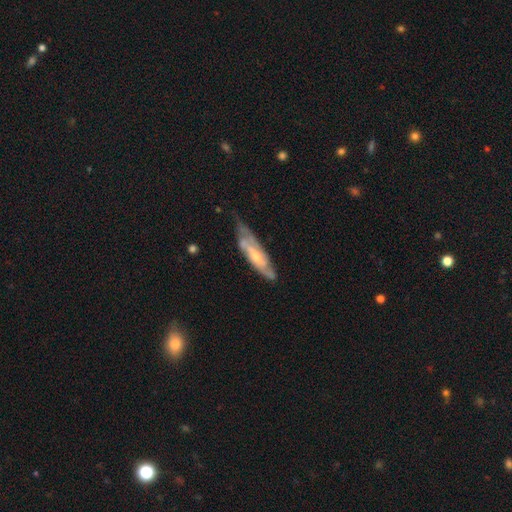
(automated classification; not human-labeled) This appears to be a featured or disk galaxy (73%) with no bar (46%), spiral arms (86%) and a moderate central bulge (46%). Merging: none (56%).